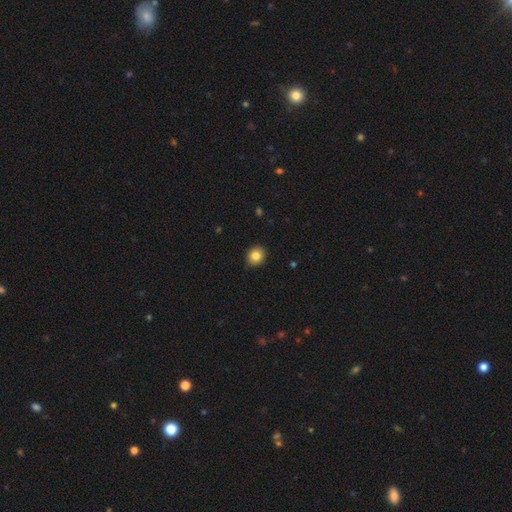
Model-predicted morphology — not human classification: Q: Smooth or featured?
A: smooth (83%); runner-up: star or artifact (10%)
Q: How rounded?
A: round (78%); runner-up: in between (22%)
Q: Merging?
A: none (90%); runner-up: minor disturbance (8%)